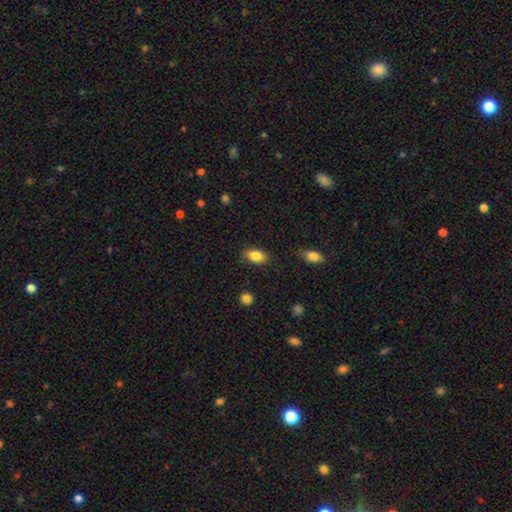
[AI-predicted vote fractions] A smooth galaxy with no disk features (85%) that is in between round and cigar-shaped (89%).

Vote fractions:
- Smooth or featured? smooth: 85% / star or artifact: 8% / featured or disk: 7%
- How rounded? in between: 89% / round: 7% / cigar-shaped: 3%
- Merging? none: 82% / minor disturbance: 13% / major disturbance: 3% / merger: 2%